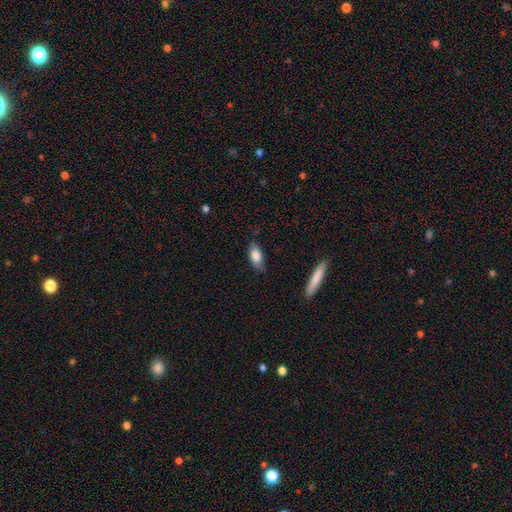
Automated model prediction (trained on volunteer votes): This is clearly a smooth galaxy (82%). How rounded: clearly in between (80%). Merging: likely none (78%).